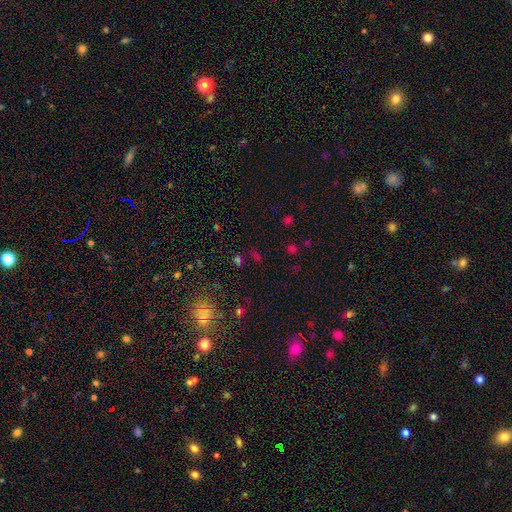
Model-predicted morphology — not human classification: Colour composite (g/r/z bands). It shows a smooth galaxy with no disk features (46%, tied with star or artifact). Merging: none (72%).